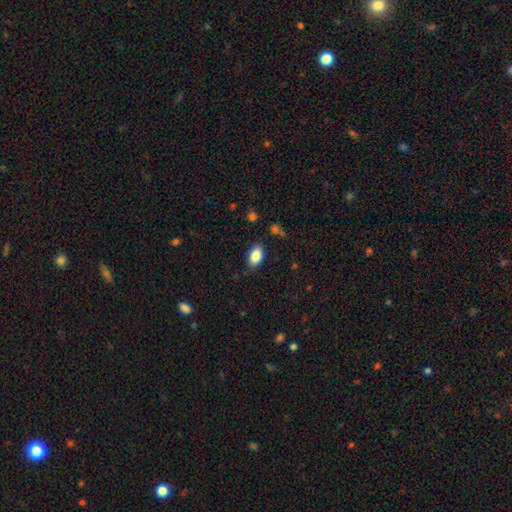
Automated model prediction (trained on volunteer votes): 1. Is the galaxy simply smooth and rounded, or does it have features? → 87% smooth, 8% star or artifact, 6% featured or disk.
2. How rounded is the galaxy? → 90% in between, 8% round, 2% cigar-shaped.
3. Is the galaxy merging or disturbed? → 82% none, 13% minor disturbance, 3% major disturbance, 2% merger.